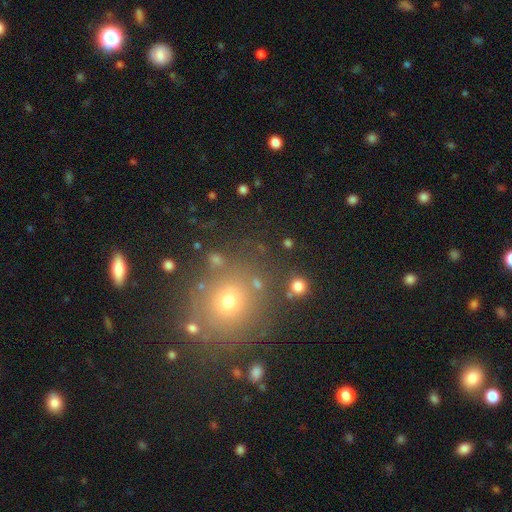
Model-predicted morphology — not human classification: A smooth galaxy with no disk features (58%) that is round (84%).

Vote fractions:
- Smooth or featured? smooth: 58% / star or artifact: 31% / featured or disk: 12%
- How rounded? round: 84% / in between: 15% / cigar-shaped: 1%
- Merging? none: 82% / minor disturbance: 9% / merger: 5% / major disturbance: 4%